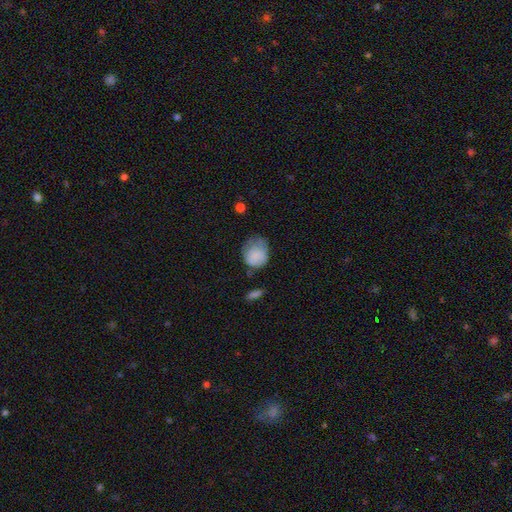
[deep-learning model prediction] This appears to be a smooth galaxy with no disk features (78%) that is round (62%). Merging: none (39%).